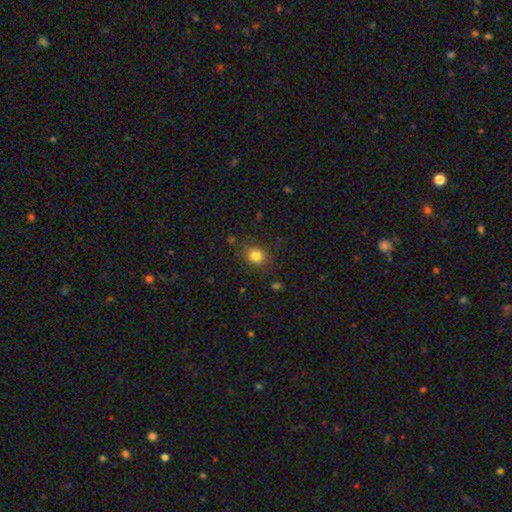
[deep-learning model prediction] Smooth or featured? smooth (81%)
How rounded? round (68%)
Merging? none (83%)